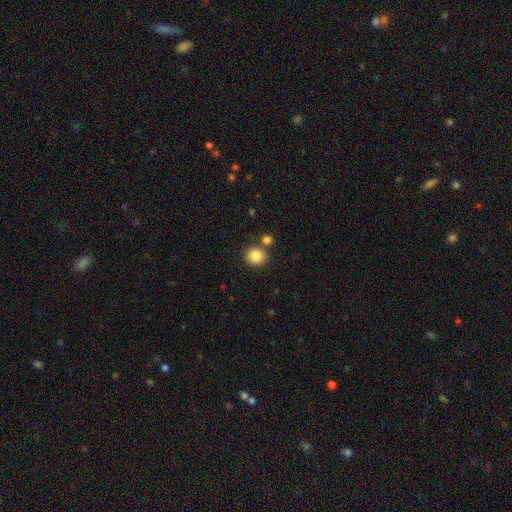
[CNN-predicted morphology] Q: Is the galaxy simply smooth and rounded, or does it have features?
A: smooth — 85%.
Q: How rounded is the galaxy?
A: round — 86%.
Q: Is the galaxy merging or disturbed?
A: none — 76%.